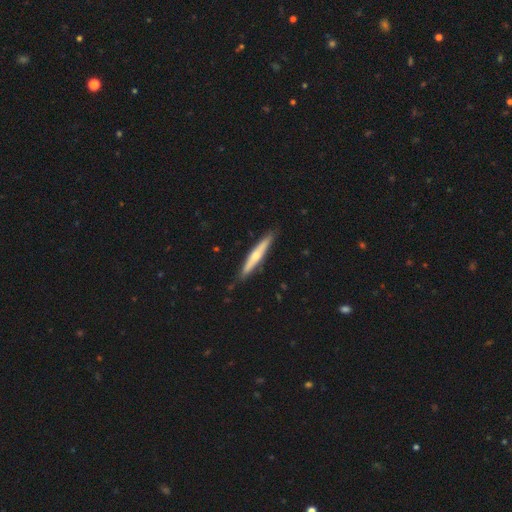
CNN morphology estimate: Q: Smooth or featured?
A: featured or disk (55%); runner-up: smooth (40%)
Q: Edge-on disk?
A: yes (94%); runner-up: no (6%)
Q: Edge-on bulge?
A: rounded (79%); runner-up: none (18%)
Q: Merging?
A: none (85%); runner-up: minor disturbance (11%)